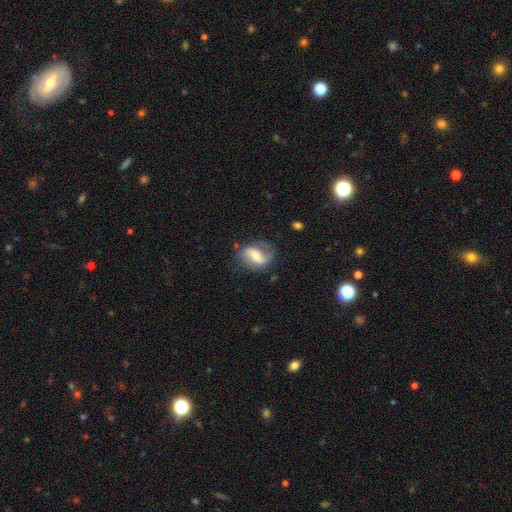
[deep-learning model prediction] smooth-or-featured: featured or disk: 63% | smooth: 30% | star or artifact: 7%
  disk-edge-on: no: 96% | yes: 4%
    bar: weak: 42% | strong: 33% | no: 25%
    has-spiral-arms: yes: 86% | no: 14%
      spiral-winding: loose: 48% | medium: 37% | tight: 15%
      spiral-arm-count: 2: 76% | 1: 14% | can't tell: 7% | 3: 1% | 4: 1% | more than 4: 1%
    bulge-size: moderate: 45% | small: 39% | large: 8% | none: 6% | dominant: 2%
  merging: none: 62% | minor disturbance: 23% | major disturbance: 13% | merger: 2%